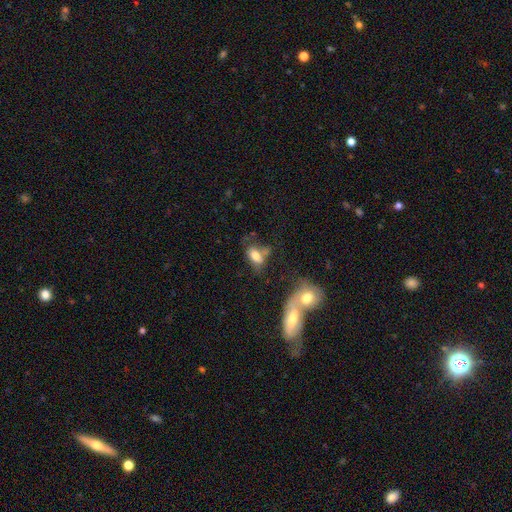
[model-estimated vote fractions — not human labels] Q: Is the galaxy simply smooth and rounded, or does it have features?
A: smooth — 71%.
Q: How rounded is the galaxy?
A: in between — 86%.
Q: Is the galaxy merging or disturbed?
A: none — 34%.